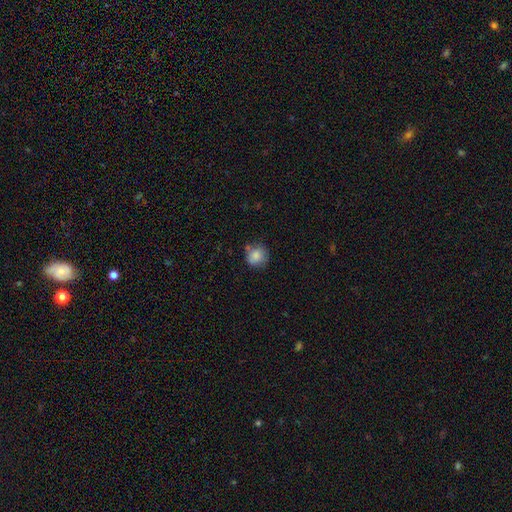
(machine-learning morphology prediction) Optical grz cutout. It shows a smooth galaxy with no disk features (83%) that is round (88%). Merging: none (71%).